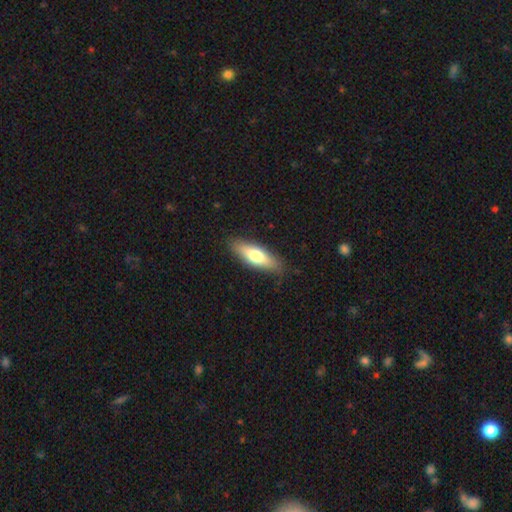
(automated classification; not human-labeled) smooth_or_featured: smooth (p=0.66) [alt: featured or disk p=0.28]
how_rounded: in between (p=0.52) [alt: cigar-shaped p=0.46]
merging: none (p=0.85) [alt: minor disturbance p=0.12]